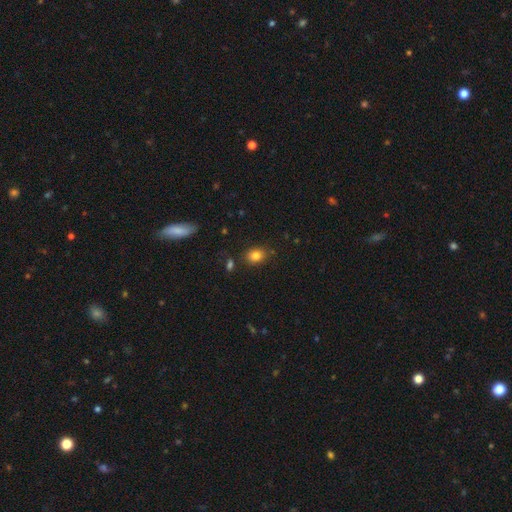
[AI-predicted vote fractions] Smooth or featured? Predicted: smooth (p=0.82). How rounded? Predicted: in between (p=0.59). Merging? Predicted: none (p=0.81).